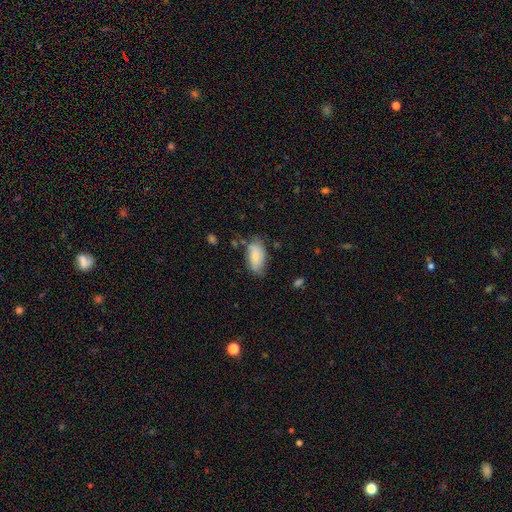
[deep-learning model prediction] Morphology: type=smooth (77%); roundness=in between (92%); merging=none (61%).